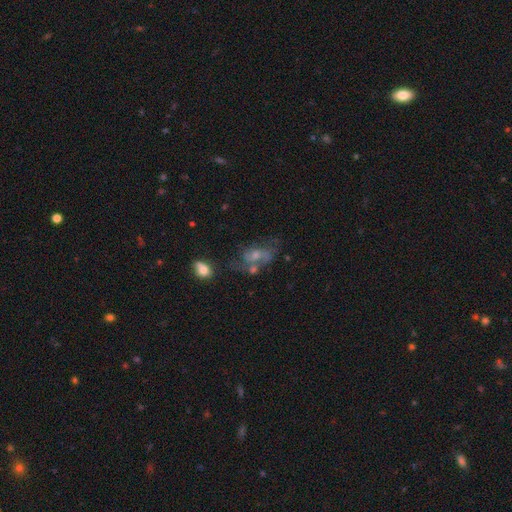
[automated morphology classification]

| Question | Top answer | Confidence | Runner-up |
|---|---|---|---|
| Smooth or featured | featured or disk | 61% | smooth (26%) |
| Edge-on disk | no | 95% | yes (5%) |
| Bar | no | 69% | weak (25%) |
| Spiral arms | yes | 68% | no (32%) |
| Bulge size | small | 45% | moderate (43%) |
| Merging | none | 35% | merger (23%) |